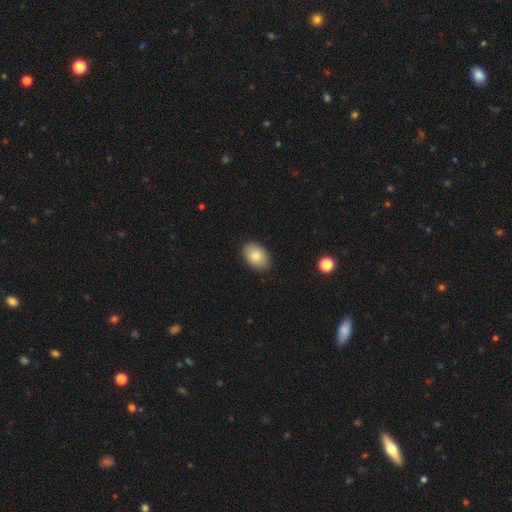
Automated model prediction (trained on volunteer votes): This is clearly a smooth galaxy (82%). How rounded: clearly in between (88%). Merging: clearly none (88%).